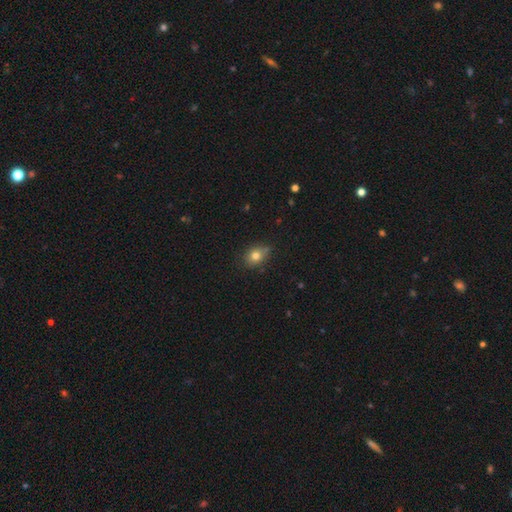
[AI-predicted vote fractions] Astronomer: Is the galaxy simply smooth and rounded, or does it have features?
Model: smooth — 78%.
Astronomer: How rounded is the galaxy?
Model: in between — 52% (runner-up: round, 46%).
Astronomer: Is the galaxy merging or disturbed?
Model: none — 68%.